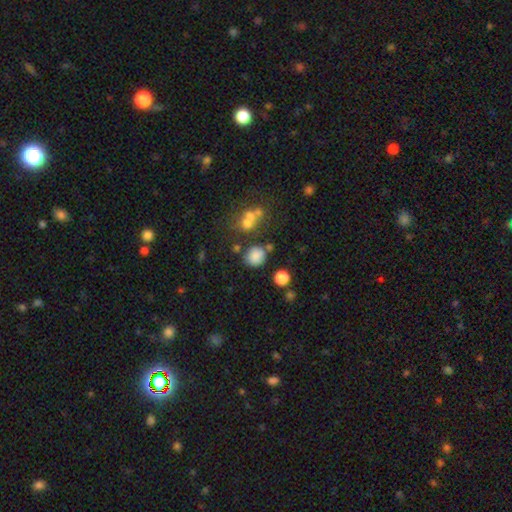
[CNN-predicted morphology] A smooth galaxy with no disk features (79%) that is round (79%). Merging: none (67%).